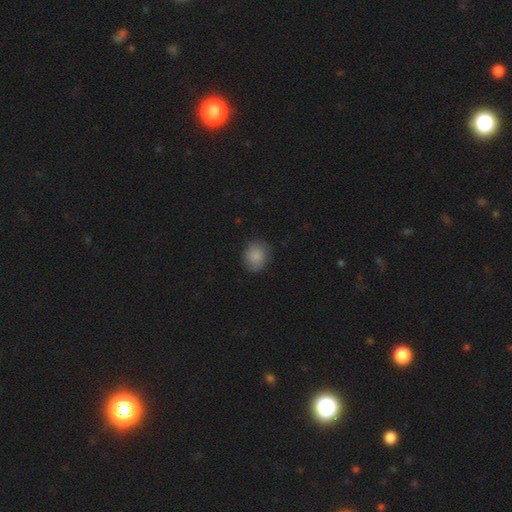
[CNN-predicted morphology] Smooth or featured?
  - smooth: 85% *
  - star or artifact: 8%
  - featured or disk: 8%
How rounded?
  - round: 70% *
  - in between: 29%
  - cigar-shaped: 1%
Merging?
  - none: 79% *
  - minor disturbance: 16%
  - major disturbance: 4%
  - merger: 1%